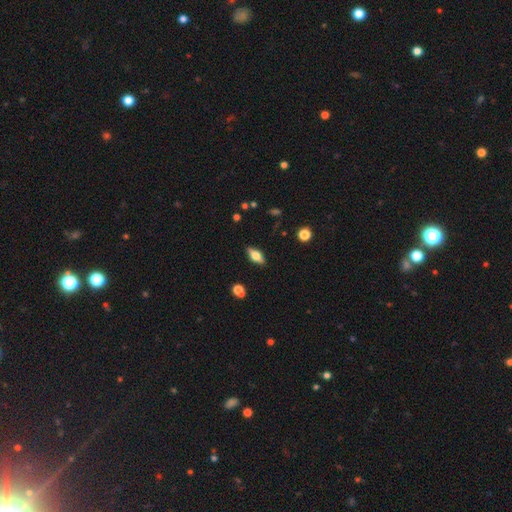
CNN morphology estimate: Smooth or featured?
  - smooth: 56% *
  - featured or disk: 36%
  - star or artifact: 8%
How rounded?
  - in between: 76% *
  - cigar-shaped: 20%
  - round: 4%
Merging?
  - none: 86% *
  - minor disturbance: 10%
  - major disturbance: 2%
  - merger: 2%